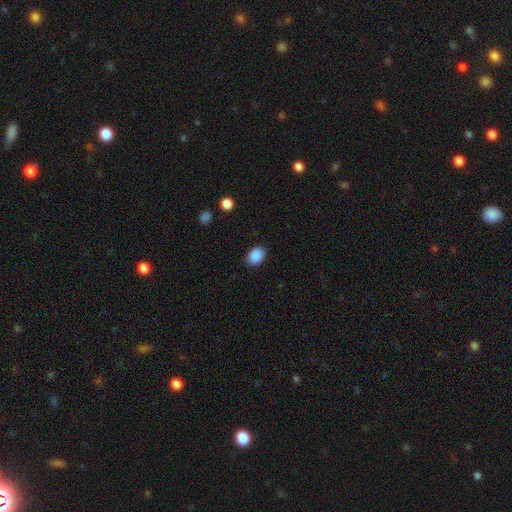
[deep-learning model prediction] A smooth galaxy with no disk features (89%) that is in between round and cigar-shaped (61%).

Vote fractions:
- Smooth or featured? smooth: 89% / star or artifact: 8% / featured or disk: 3%
- How rounded? in between: 61% / round: 38% / cigar-shaped: 1%
- Merging? none: 87% / minor disturbance: 10% / major disturbance: 3% / merger: 1%